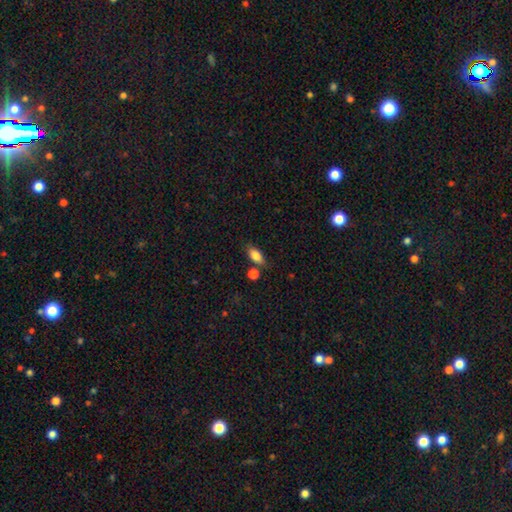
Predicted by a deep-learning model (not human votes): smooth 83%, featured or disk 8%, star or artifact 8%. Down the decision tree: how rounded — in between (87%); merging — none (73%).